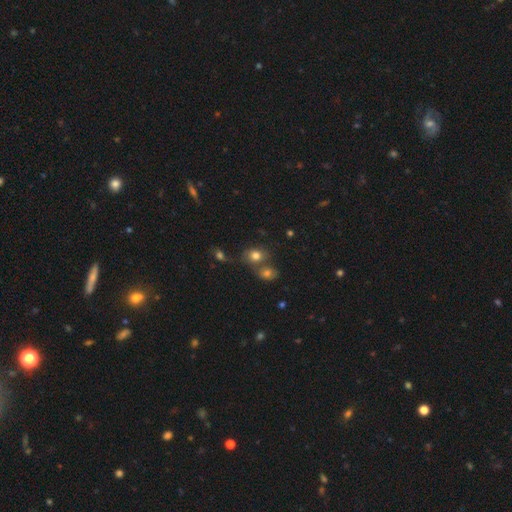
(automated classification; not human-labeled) Smooth or featured? smooth (76%)
How rounded? round (61%)
Merging? none (45%)